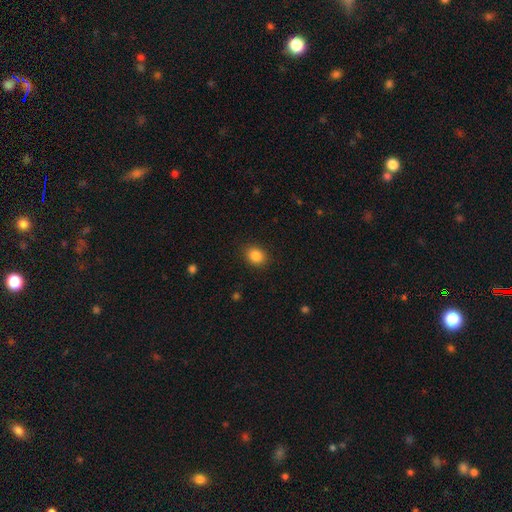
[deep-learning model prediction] A smooth galaxy with no disk features (86%) that is round (54%). Merging: none (88%).